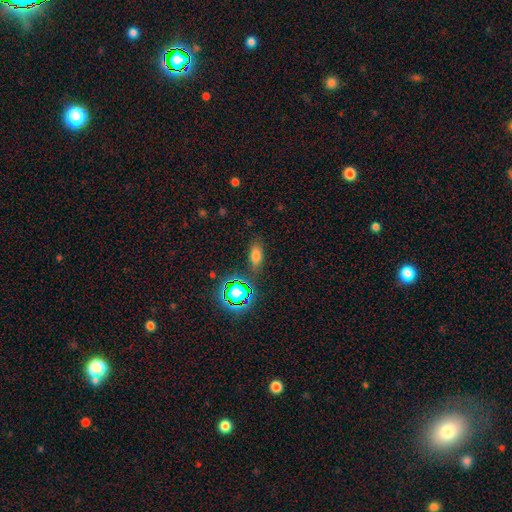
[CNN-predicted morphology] A smooth galaxy with no disk features (68%) that is in between round and cigar-shaped (78%). Merging: none (79%).